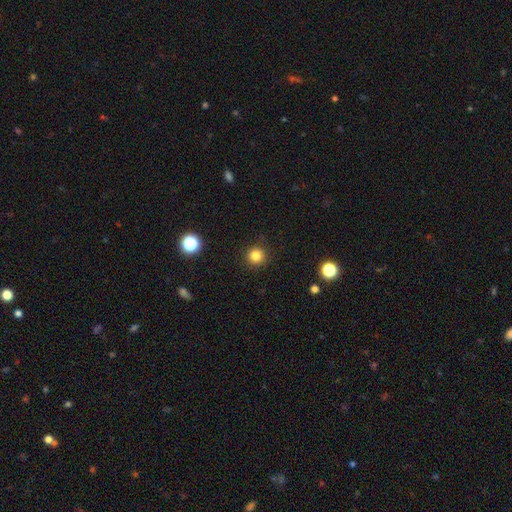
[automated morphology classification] smooth 83%, star or artifact 13%, featured or disk 5%. Down the decision tree: how rounded — round (95%); merging — none (92%).